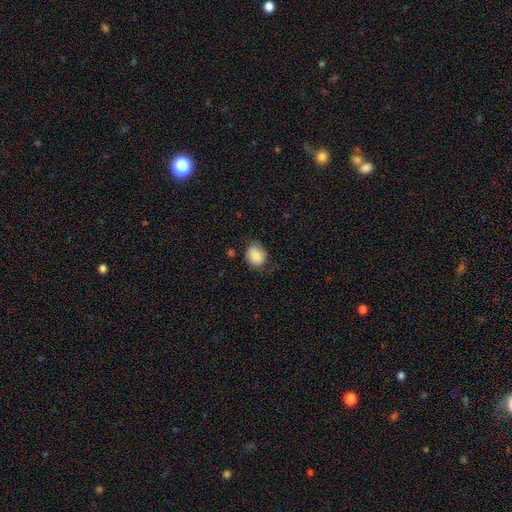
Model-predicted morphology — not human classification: Q: Smooth or featured?
A: smooth (84%); runner-up: featured or disk (9%)
Q: How rounded?
A: round (63%); runner-up: in between (36%)
Q: Merging?
A: none (64%); runner-up: minor disturbance (25%)